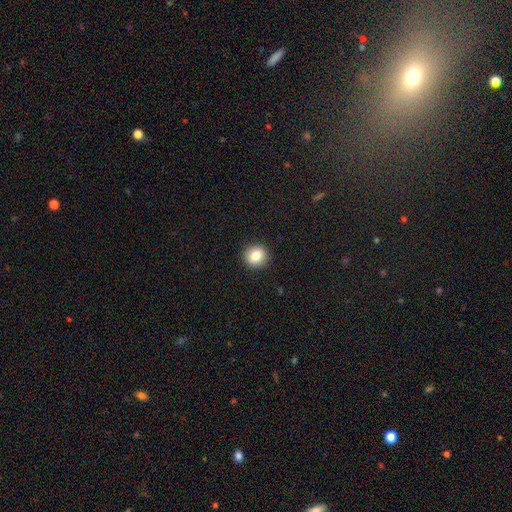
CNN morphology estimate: smooth_or_featured: smooth (p=0.85) [alt: star or artifact p=0.09]
how_rounded: round (p=0.85) [alt: in between p=0.14]
merging: none (p=0.91) [alt: minor disturbance p=0.06]